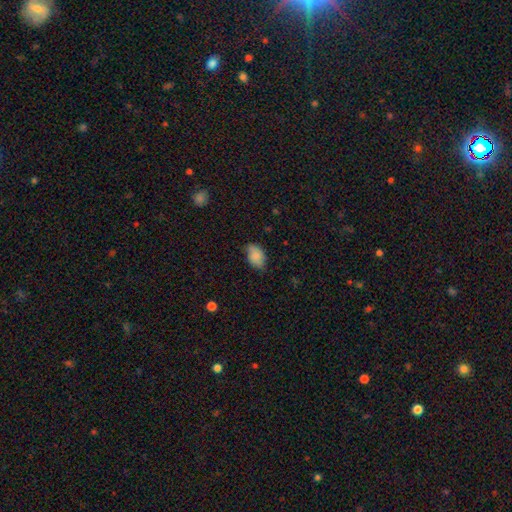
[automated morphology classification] smooth 85%, featured or disk 7%, star or artifact 7%. Down the decision tree: how rounded — in between (89%); merging — none (69%).